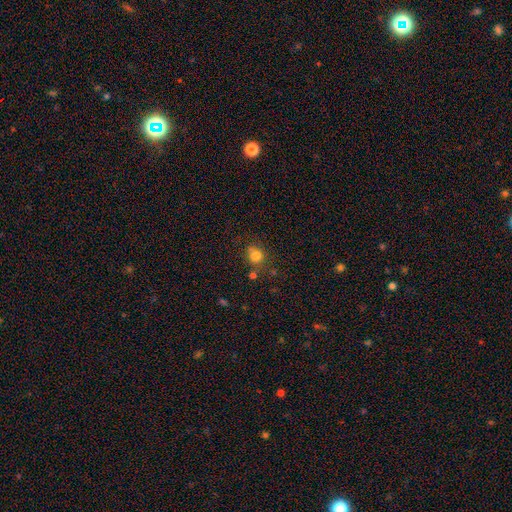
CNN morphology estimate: This is likely a smooth galaxy (79%). How rounded: likely round (77%). Merging: likely none (63%).